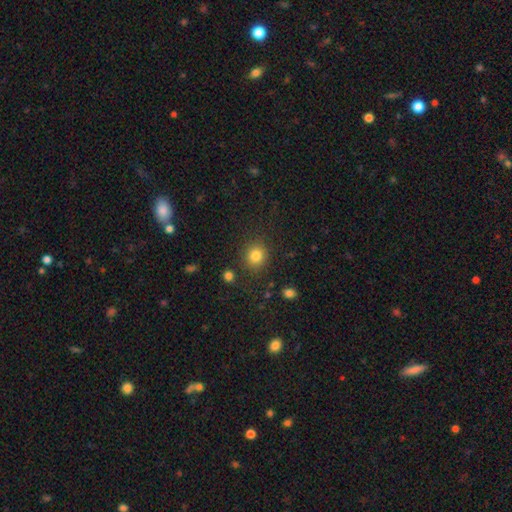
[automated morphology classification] Smooth or featured?
  - smooth: 83% *
  - star or artifact: 12%
  - featured or disk: 5%
How rounded?
  - round: 85% *
  - in between: 14%
  - cigar-shaped: 1%
Merging?
  - none: 85% *
  - minor disturbance: 9%
  - major disturbance: 4%
  - merger: 3%